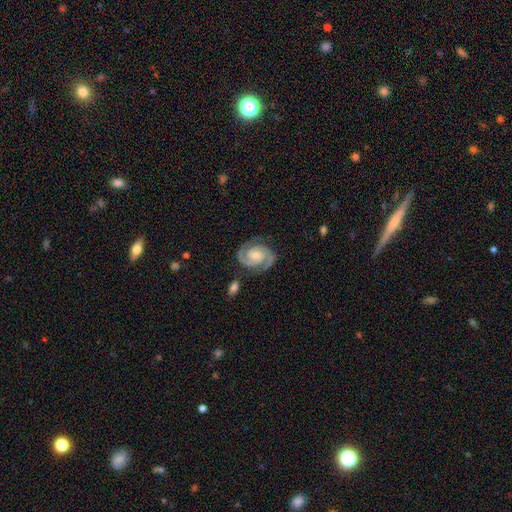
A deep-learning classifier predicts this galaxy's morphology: smooth_or_featured: featured or disk (p=0.92) [alt: star or artifact p=0.04]
disk_edge_on: no (p=0.98) [alt: yes p=0.02]
bar: no (p=0.61) [alt: weak p=0.28]
has_spiral_arms: yes (p=0.99) [alt: no p=0.01]
spiral_winding: tight (p=0.60) [alt: medium p=0.36]
spiral_arm_count: 2 (p=0.94) [alt: 3 p=0.02]
bulge_size: small (p=0.46) [alt: moderate p=0.43]
merging: none (p=0.81) [alt: minor disturbance p=0.12]